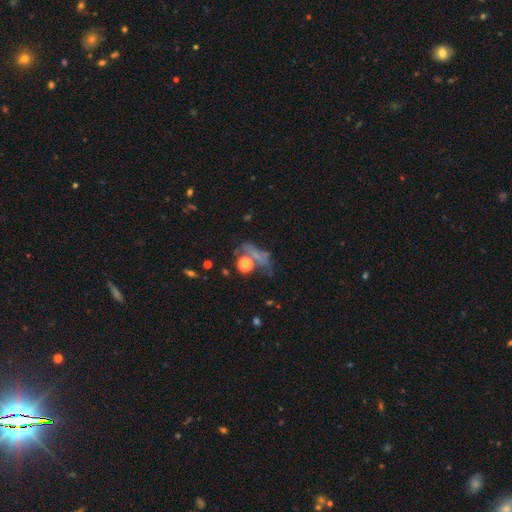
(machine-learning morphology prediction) smooth-or-featured: smooth: 40% | star or artifact: 39% | featured or disk: 22%
  merging: none: 41% | major disturbance: 26% | minor disturbance: 18% | merger: 15%